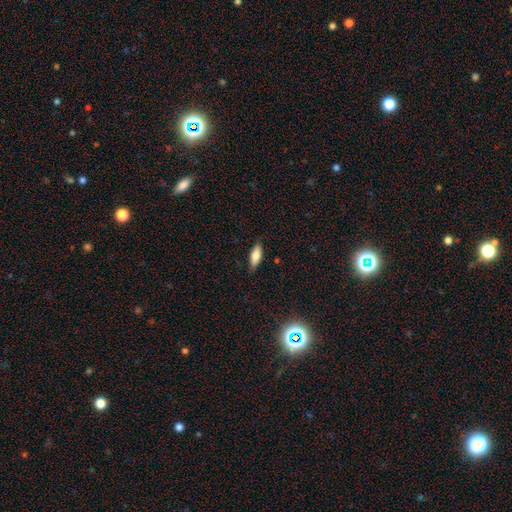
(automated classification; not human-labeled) smooth 79%, featured or disk 13%, star or artifact 8%. Down the decision tree: how rounded — in between (68%); merging — none (83%).